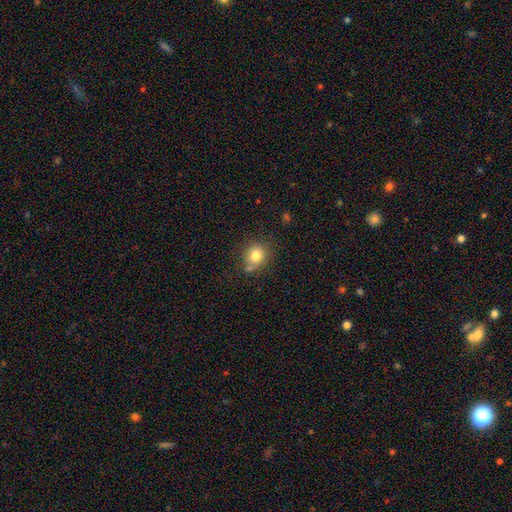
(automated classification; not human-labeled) smooth_or_featured: smooth (p=0.80) [alt: star or artifact p=0.11]
how_rounded: round (p=0.81) [alt: in between p=0.18]
merging: none (p=0.68) [alt: minor disturbance p=0.16]